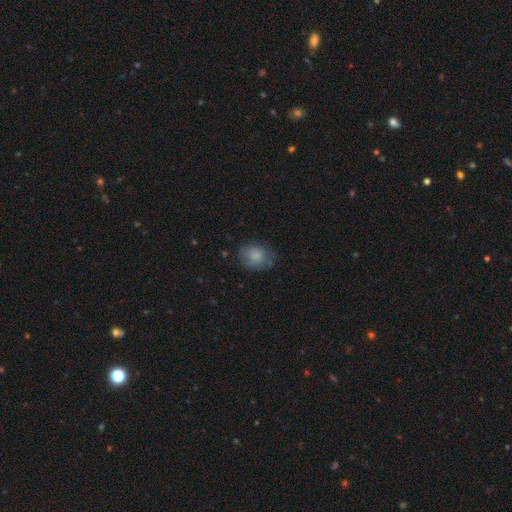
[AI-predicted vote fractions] Smooth or featured? smooth (76%)
How rounded? in between (50%)
Merging? none (68%)